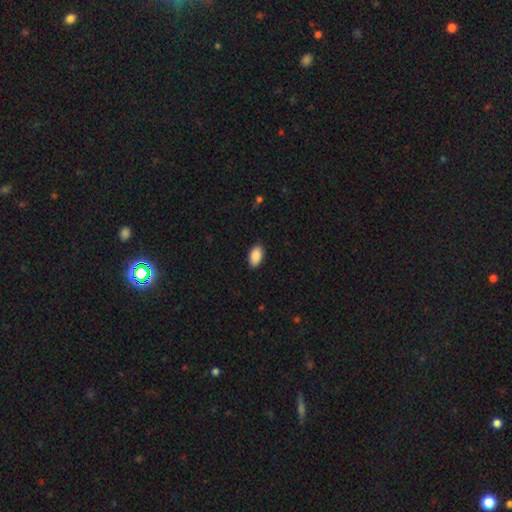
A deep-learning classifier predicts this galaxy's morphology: A smooth galaxy with no disk features (90%) that is in between round and cigar-shaped (94%). Merging: none (88%).